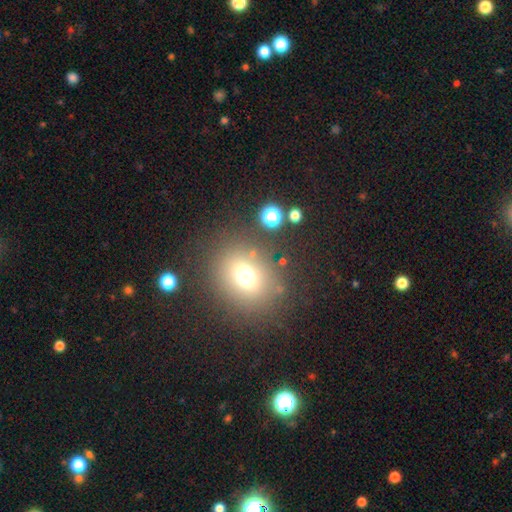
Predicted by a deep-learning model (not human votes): A smooth galaxy with no disk features (67%) that is round (57%).

Vote fractions:
- Smooth or featured? smooth: 67% / star or artifact: 20% / featured or disk: 13%
- How rounded? round: 57% / in between: 41% / cigar-shaped: 2%
- Merging? none: 81% / minor disturbance: 10% / major disturbance: 4% / merger: 4%